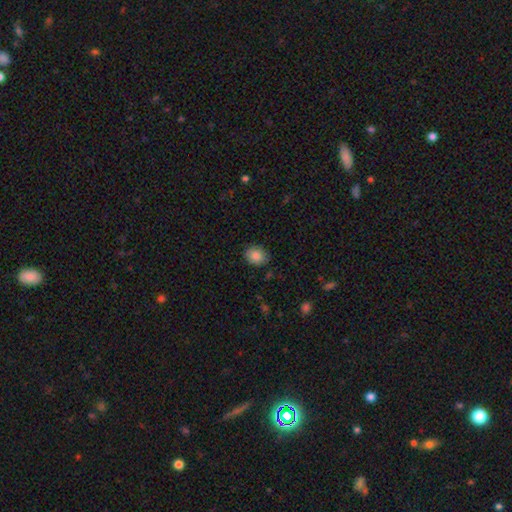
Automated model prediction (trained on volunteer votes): Smooth or featured?
  - smooth: 85% *
  - star or artifact: 8%
  - featured or disk: 7%
How rounded?
  - round: 52% *
  - in between: 47%
  - cigar-shaped: 1%
Merging?
  - none: 83% *
  - minor disturbance: 13%
  - major disturbance: 3%
  - merger: 1%